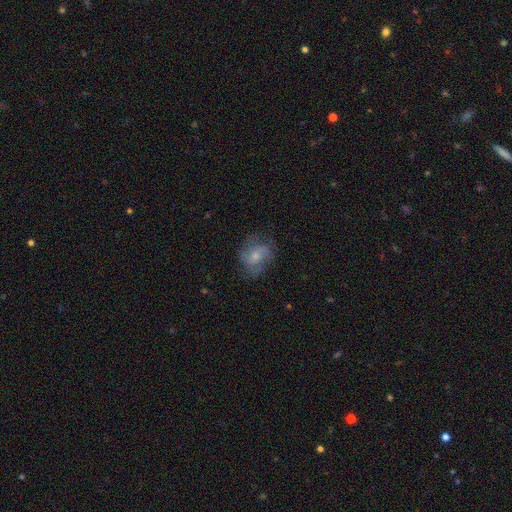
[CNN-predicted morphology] smooth_or_featured: featured or disk (p=0.51) [alt: smooth p=0.40]
disk_edge_on: no (p=0.97) [alt: yes p=0.03]
merging: none (p=0.63) [alt: minor disturbance p=0.23]